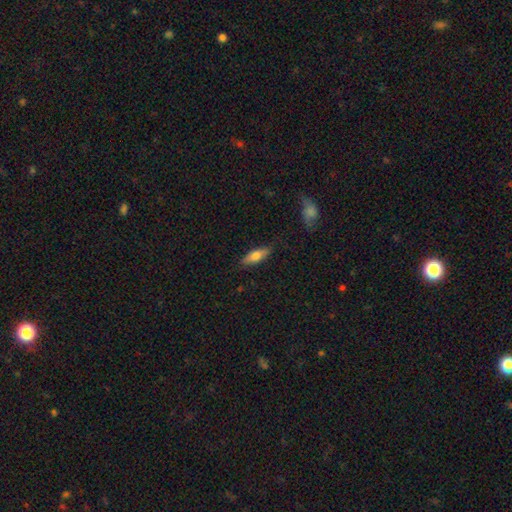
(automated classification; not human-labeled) This is likely a smooth galaxy (71%). How rounded: possibly in between (58%). Merging: clearly none (84%).